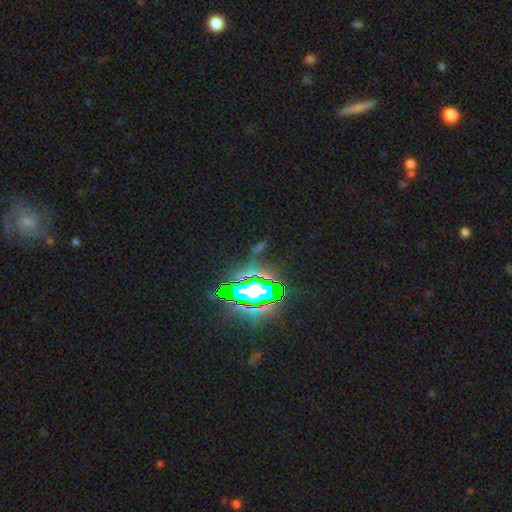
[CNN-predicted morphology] This appears to be a star or artifact, not a galaxy (76%).